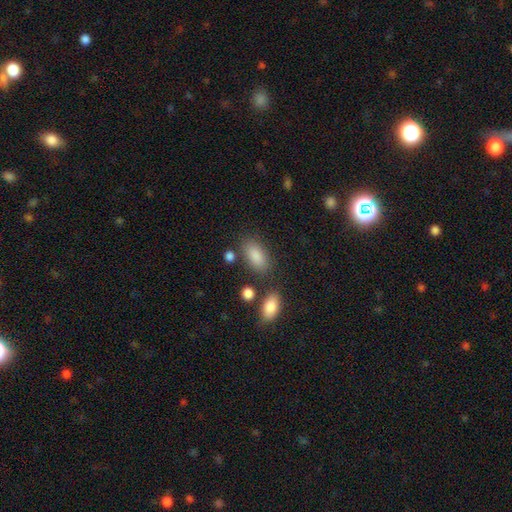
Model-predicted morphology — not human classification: A smooth galaxy with no disk features (86%) that is in between round and cigar-shaped (91%).

Vote fractions:
- Smooth or featured? smooth: 86% / star or artifact: 8% / featured or disk: 6%
- How rounded? in between: 91% / round: 5% / cigar-shaped: 4%
- Merging? none: 77% / minor disturbance: 13% / merger: 6% / major disturbance: 4%